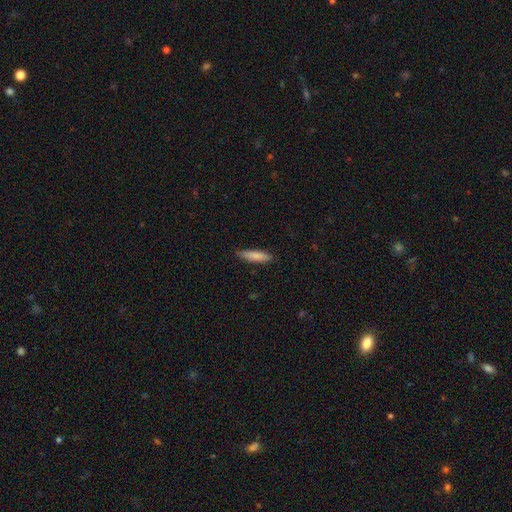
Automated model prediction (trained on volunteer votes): Morphology: type=smooth (83%); roundness=cigar-shaped (76%); merging=none (84%).